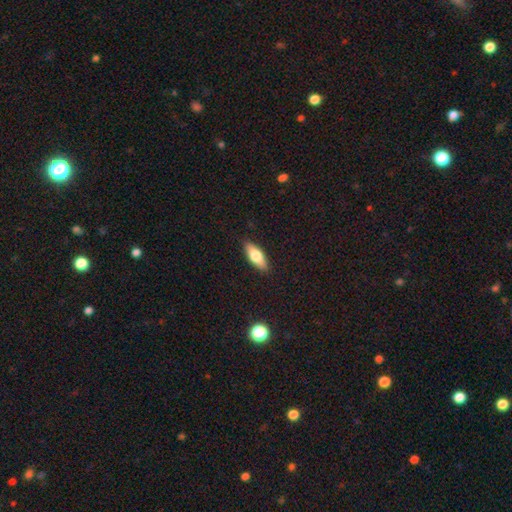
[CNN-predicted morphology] smooth_or_featured: smooth (p=0.69) [alt: featured or disk p=0.24]
how_rounded: in between (p=0.73) [alt: cigar-shaped p=0.24]
merging: none (p=0.88) [alt: minor disturbance p=0.09]